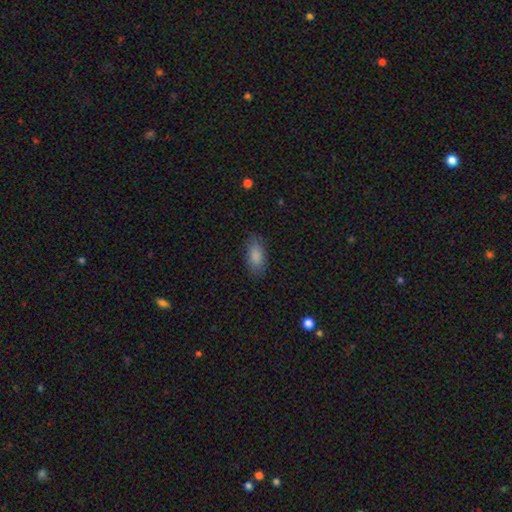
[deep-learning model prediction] A smooth galaxy with no disk features (86%) that is in between round and cigar-shaped (89%). Merging: none (82%).